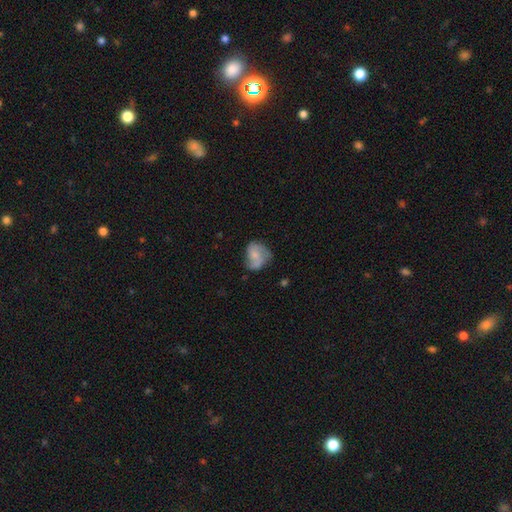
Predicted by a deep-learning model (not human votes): featured or disk 50%, smooth 43%, star or artifact 7%. Down the decision tree: merging — none (51%).